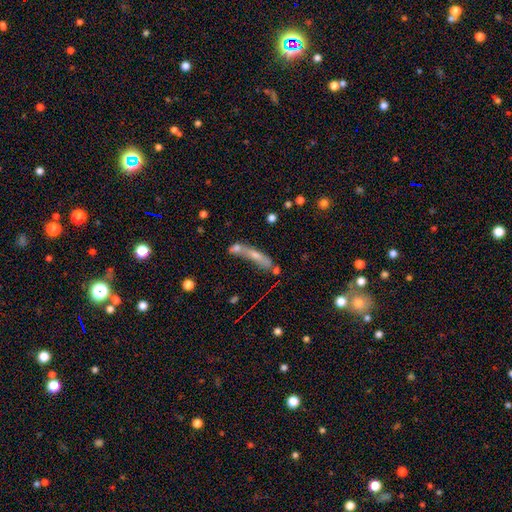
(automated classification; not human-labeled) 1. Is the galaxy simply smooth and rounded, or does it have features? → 55% smooth, 33% featured or disk, 12% star or artifact.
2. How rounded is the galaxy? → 80% cigar-shaped, 16% in between, 4% round.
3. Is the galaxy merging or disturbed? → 44% merger, 31% none, 13% minor disturbance, 12% major disturbance.